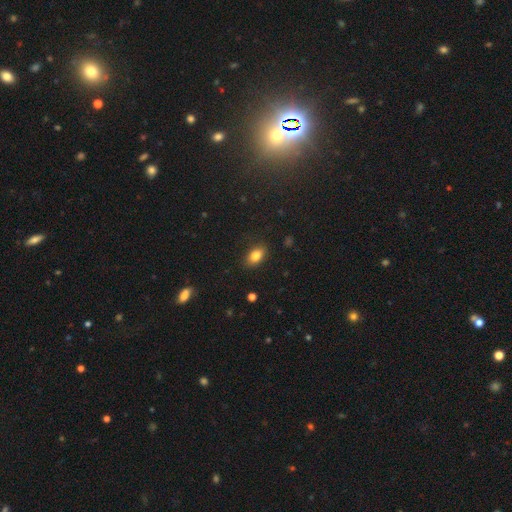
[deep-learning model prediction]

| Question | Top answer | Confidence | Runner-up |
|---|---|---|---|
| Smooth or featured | smooth | 83% | star or artifact (9%) |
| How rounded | in between | 86% | round (11%) |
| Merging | none | 85% | minor disturbance (11%) |